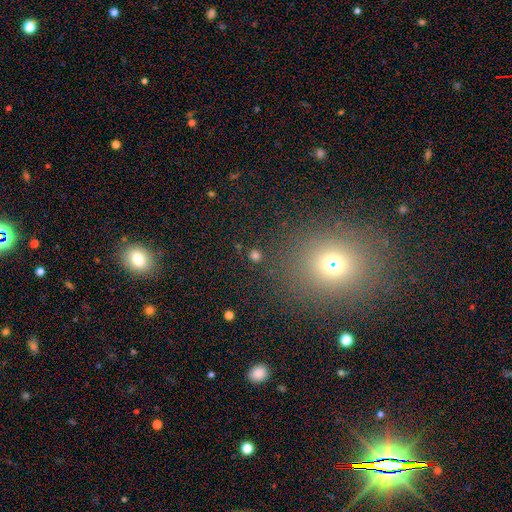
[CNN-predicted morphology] This appears to be a smooth galaxy with no disk features (53%) that is round (81%). Merging: none (82%).